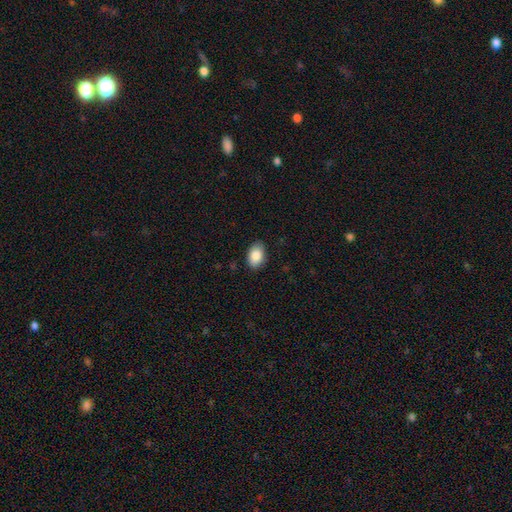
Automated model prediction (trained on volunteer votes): Q: Smooth or featured?
A: smooth (87%); runner-up: star or artifact (7%)
Q: How rounded?
A: in between (88%); runner-up: round (11%)
Q: Merging?
A: none (86%); runner-up: minor disturbance (11%)